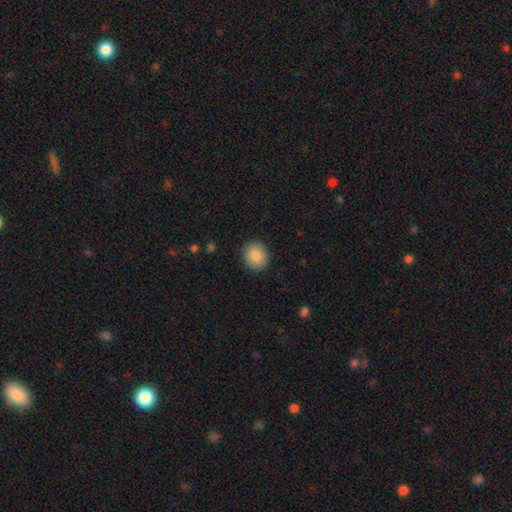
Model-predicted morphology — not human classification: smooth-or-featured: smooth: 88% | star or artifact: 8% | featured or disk: 5%
  how-rounded: round: 79% | in between: 21% | cigar-shaped: 1%
  merging: none: 90% | minor disturbance: 7% | major disturbance: 2% | merger: 1%